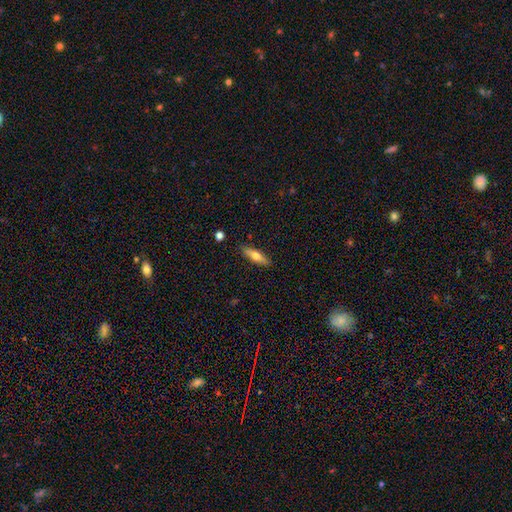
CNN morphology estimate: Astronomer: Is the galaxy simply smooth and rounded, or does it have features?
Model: smooth — 61%.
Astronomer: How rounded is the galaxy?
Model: cigar-shaped — 66%.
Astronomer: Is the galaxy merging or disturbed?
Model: none — 87%.